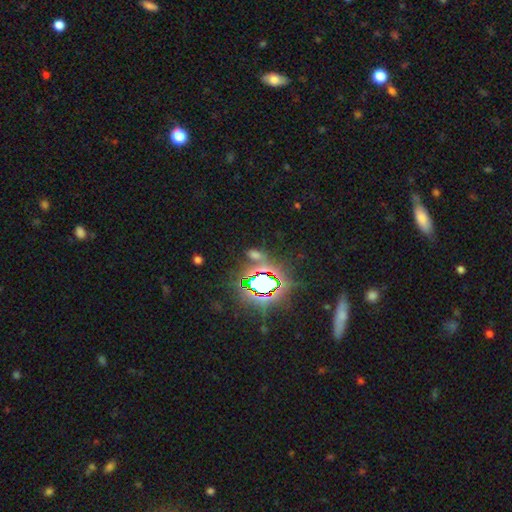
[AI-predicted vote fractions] Smooth or featured? Predicted: star or artifact (p=0.62).